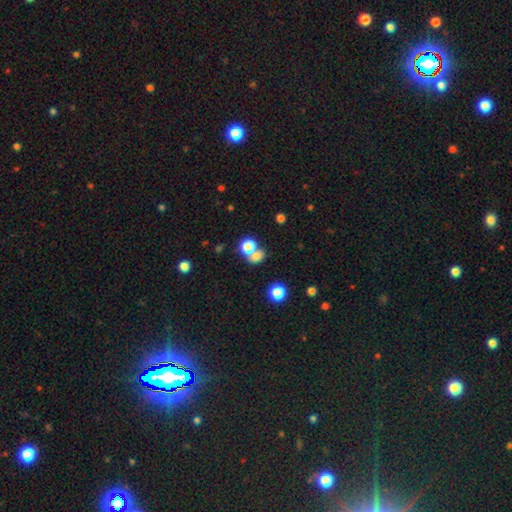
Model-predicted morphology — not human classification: A smooth galaxy with no disk features (73%) that is round (66%). Merging: merger (49%).